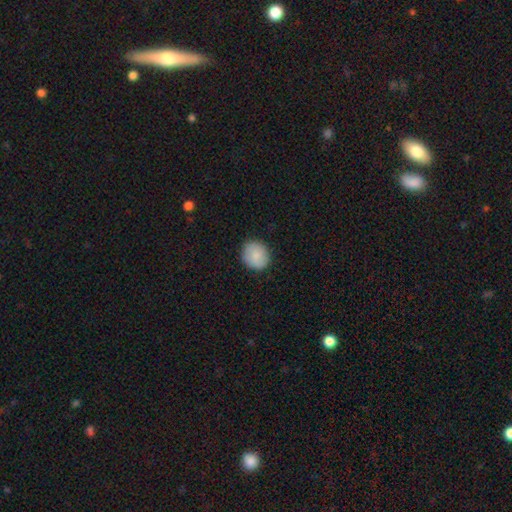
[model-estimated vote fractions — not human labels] smooth 85%, featured or disk 8%, star or artifact 7%. Down the decision tree: how rounded — round (81%); merging — none (88%).